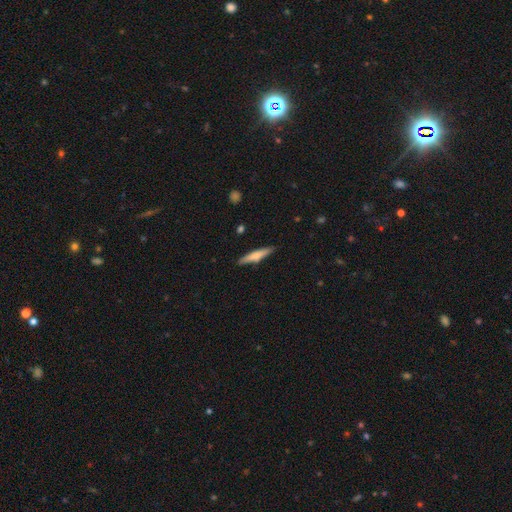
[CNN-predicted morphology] A smooth galaxy with no disk features (59%) that is cigar-shaped (89%).

Vote fractions:
- Smooth or featured? smooth: 59% / featured or disk: 35% / star or artifact: 6%
- How rounded? cigar-shaped: 89% / in between: 9% / round: 2%
- Merging? none: 88% / minor disturbance: 9% / major disturbance: 2% / merger: 1%